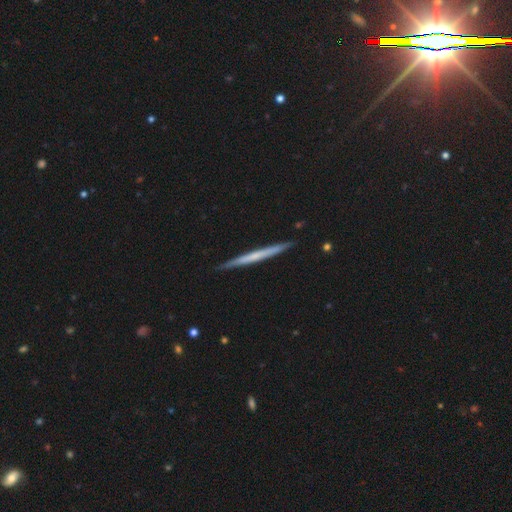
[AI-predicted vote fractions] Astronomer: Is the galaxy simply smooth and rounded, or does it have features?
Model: featured or disk — 55% (runner-up: smooth, 40%).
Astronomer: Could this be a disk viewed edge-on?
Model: yes — 97%.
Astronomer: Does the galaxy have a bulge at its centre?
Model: none — 85%.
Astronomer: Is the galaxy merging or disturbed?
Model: none — 90%.